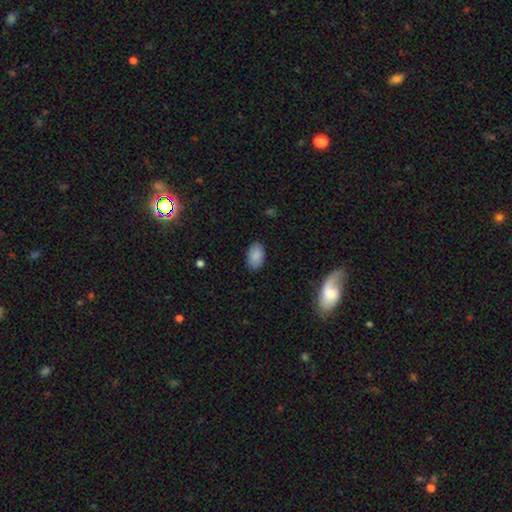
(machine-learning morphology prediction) type=smooth (88%); roundness=in between (92%); merging=none (85%).